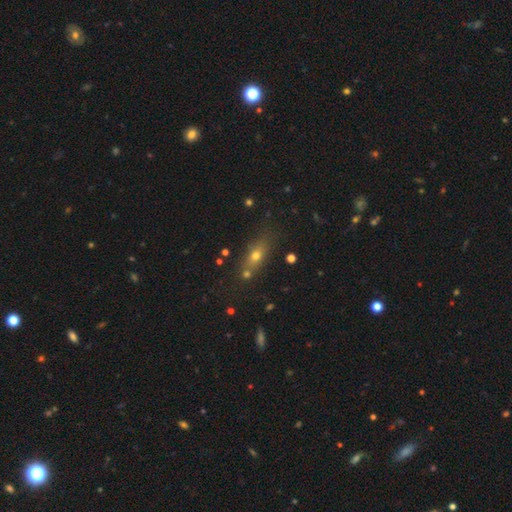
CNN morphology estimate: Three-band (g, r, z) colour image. It shows a smooth galaxy with no disk features (55%) that is in between round and cigar-shaped (47%). Merging: none (70%).